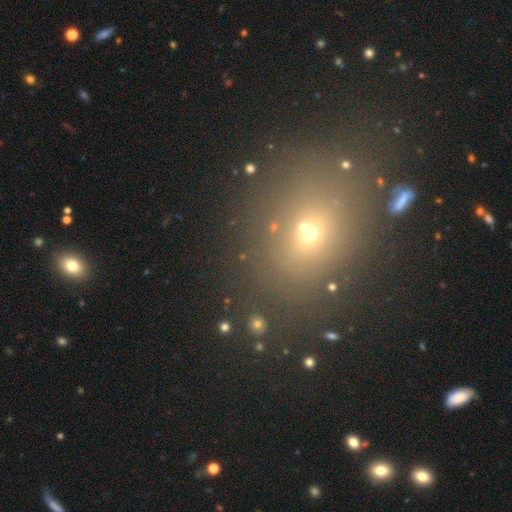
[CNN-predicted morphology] Smooth or featured? smooth (55%)
How rounded? in between (50%)
Merging? none (83%)